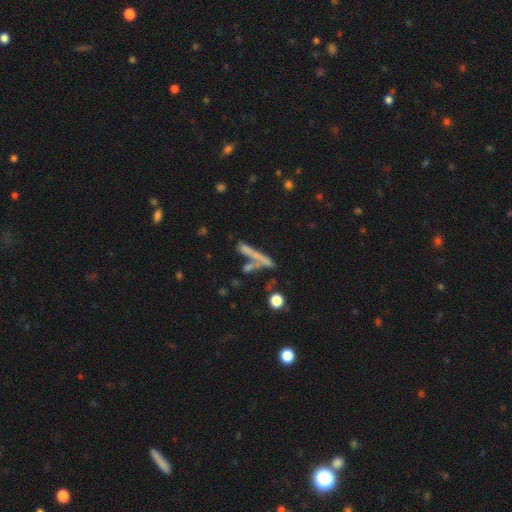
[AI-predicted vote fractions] smooth-or-featured: smooth: 50% | featured or disk: 37% | star or artifact: 13%
  how-rounded: cigar-shaped: 86% | in between: 9% | round: 5%
  merging: none: 54% | merger: 26% | minor disturbance: 13% | major disturbance: 8%